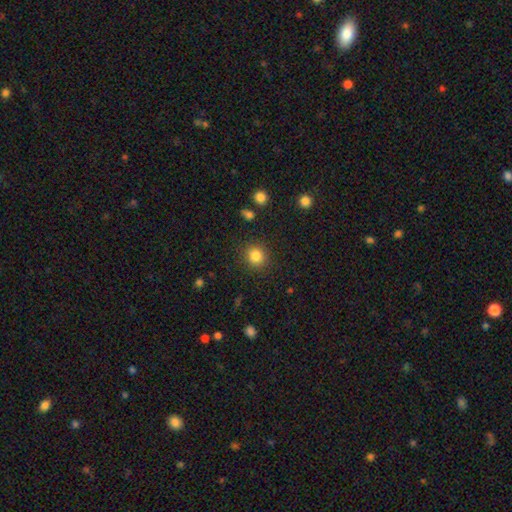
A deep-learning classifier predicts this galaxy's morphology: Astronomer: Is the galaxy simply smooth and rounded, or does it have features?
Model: smooth — 84%.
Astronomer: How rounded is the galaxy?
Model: round — 86%.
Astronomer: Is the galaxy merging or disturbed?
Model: none — 88%.